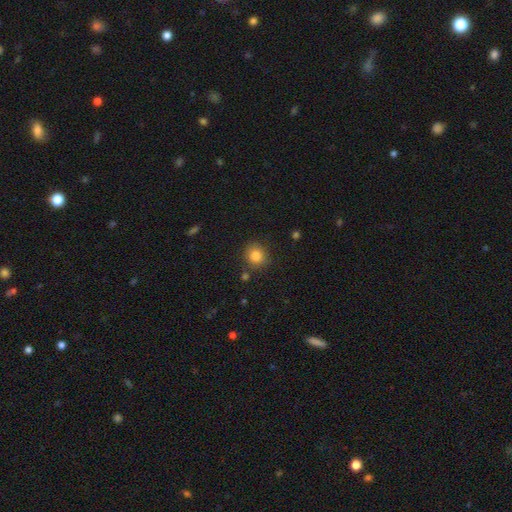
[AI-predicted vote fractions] Smooth or featured? smooth (84%)
How rounded? round (81%)
Merging? none (82%)